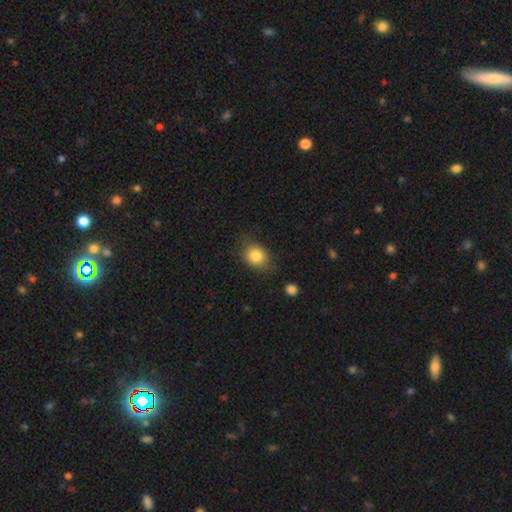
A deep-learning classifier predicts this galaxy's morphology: This is clearly a smooth galaxy (82%). How rounded: possibly in between (53%). Merging: likely none (71%).